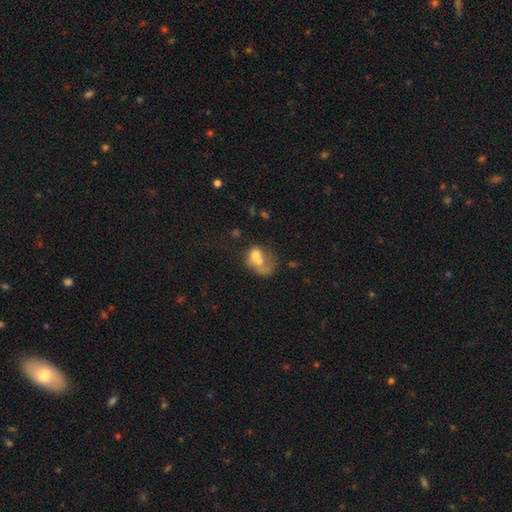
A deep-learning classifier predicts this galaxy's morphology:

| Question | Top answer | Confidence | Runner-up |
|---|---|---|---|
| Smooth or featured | smooth | 57% | featured or disk (33%) |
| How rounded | in between | 55% | round (44%) |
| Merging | merger | 63% | major disturbance (15%) |